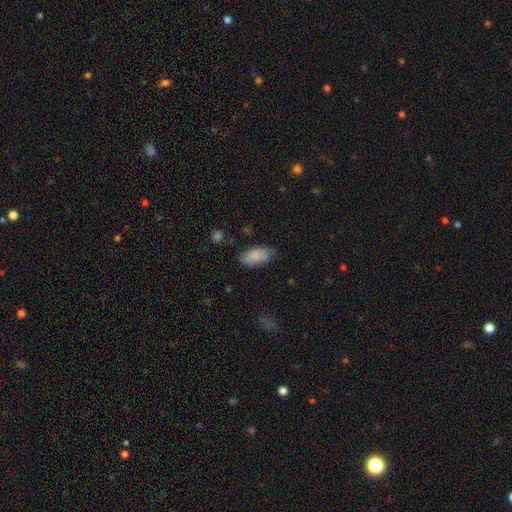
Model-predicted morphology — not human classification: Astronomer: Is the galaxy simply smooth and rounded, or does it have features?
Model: smooth — 83%.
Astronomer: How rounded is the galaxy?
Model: in between — 94%.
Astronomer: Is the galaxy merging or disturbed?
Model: none — 71%.